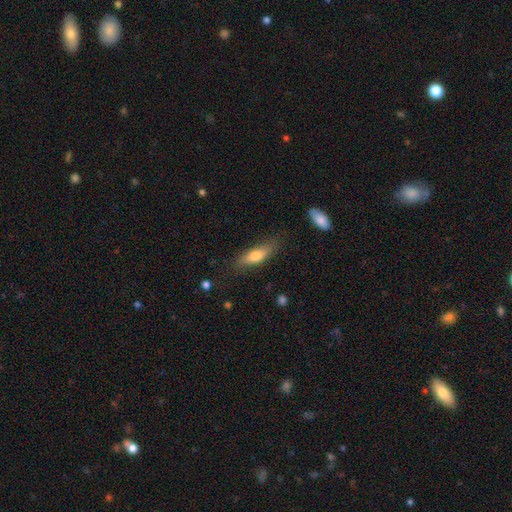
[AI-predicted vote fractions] A smooth galaxy with no disk features (69%) that is cigar-shaped (49%, tied with in between).

Vote fractions:
- Smooth or featured? smooth: 69% / featured or disk: 25% / star or artifact: 7%
- How rounded? cigar-shaped: 49% (tied) / in between: 49% (tied) / round: 3%
- Merging? none: 77% / minor disturbance: 17% / major disturbance: 4% / merger: 2%